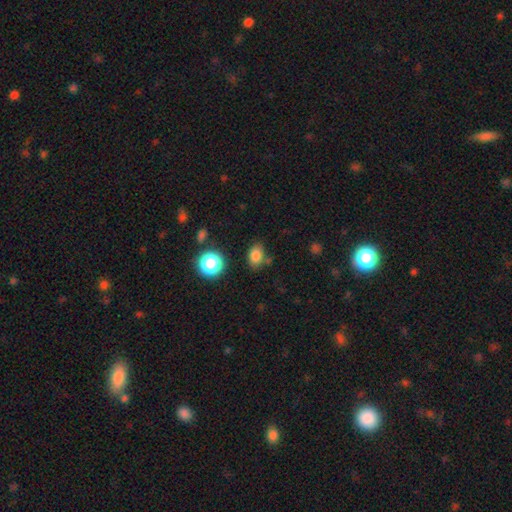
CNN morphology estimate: Smooth or featured: smooth — 81% (star or artifact — 13%)
How rounded: in between — 74% (round — 24%)
Merging: none — 76% (minor disturbance — 15%)